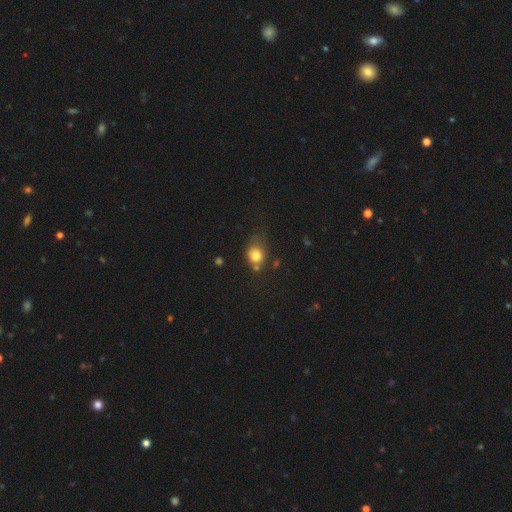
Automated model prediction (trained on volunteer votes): Q: Smooth or featured?
A: smooth (78%); runner-up: star or artifact (12%)
Q: How rounded?
A: round (67%); runner-up: in between (32%)
Q: Merging?
A: none (48%); runner-up: minor disturbance (28%)